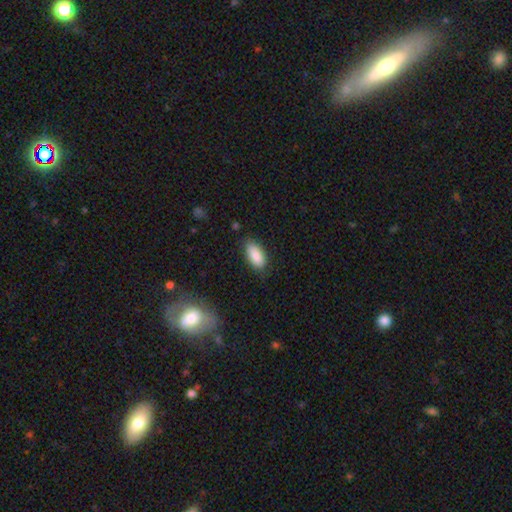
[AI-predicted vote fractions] A smooth galaxy with no disk features (87%) that is in between round and cigar-shaped (90%).

Vote fractions:
- Smooth or featured? smooth: 87% / star or artifact: 7% / featured or disk: 7%
- How rounded? in between: 90% / cigar-shaped: 7% / round: 3%
- Merging? none: 79% / minor disturbance: 16% / major disturbance: 3% / merger: 2%